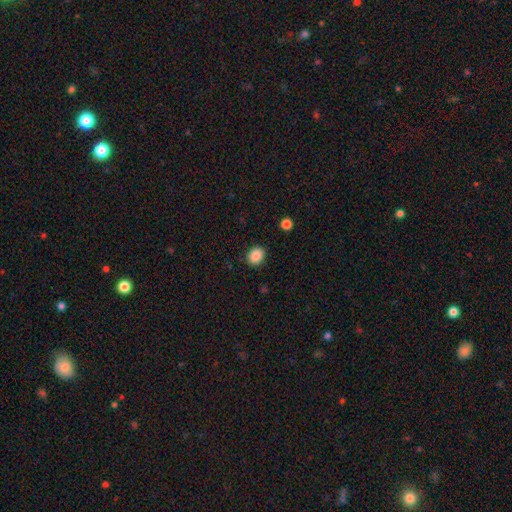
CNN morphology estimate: Smooth or featured? Predicted: smooth (p=0.87). How rounded? Predicted: round (p=0.58). Merging? Predicted: none (p=0.90).